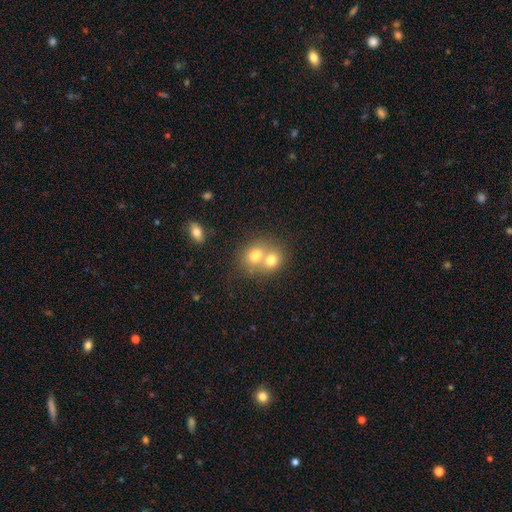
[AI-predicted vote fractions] The model was most divided on "how rounded": round: 67%, in between: 32%, cigar-shaped: 1%. More confident: smooth or featured — smooth (72%); merging — merger (65%).